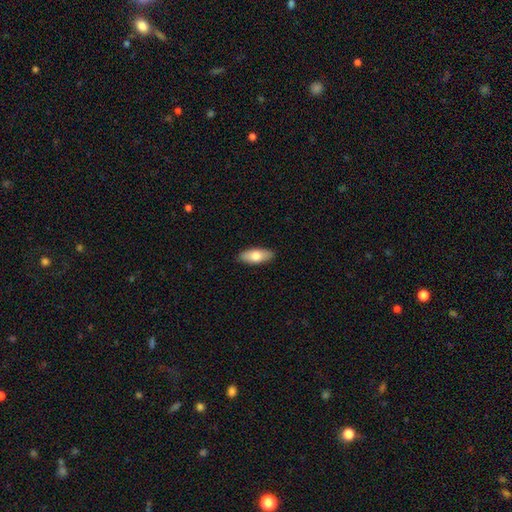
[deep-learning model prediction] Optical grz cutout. It shows a smooth galaxy with no disk features (75%) that is in between round and cigar-shaped (82%). Merging: none (89%).